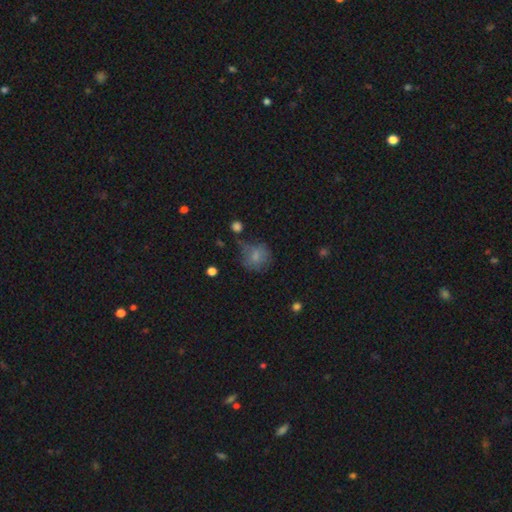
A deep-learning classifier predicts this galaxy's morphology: smooth-or-featured: smooth: 72% | featured or disk: 17% | star or artifact: 11%
  how-rounded: round: 75% | in between: 24% | cigar-shaped: 1%
  merging: none: 49% | minor disturbance: 27% | major disturbance: 18% | merger: 6%